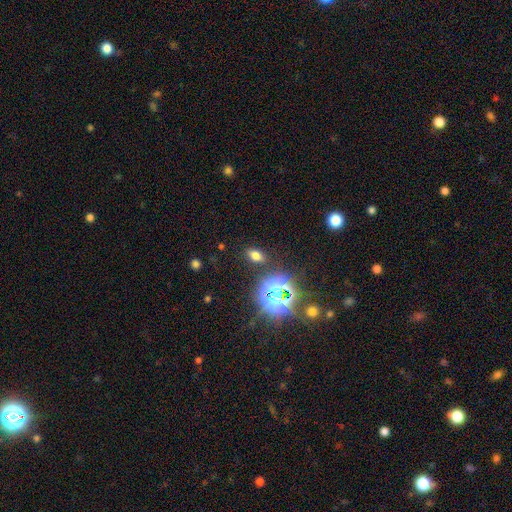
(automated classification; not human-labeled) Smooth or featured? Predicted: smooth (p=0.63). How rounded? Predicted: in between (p=0.82). Merging? Predicted: none (p=0.86).